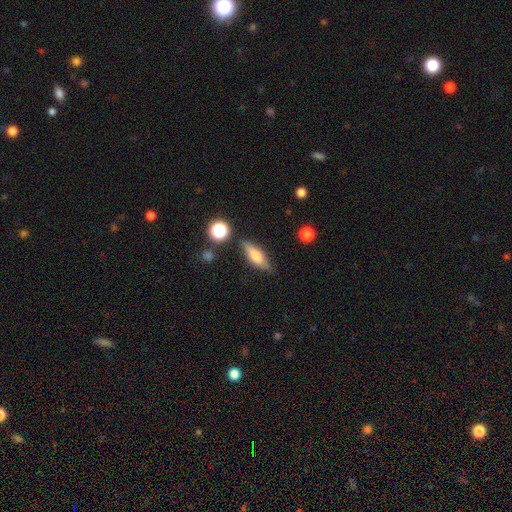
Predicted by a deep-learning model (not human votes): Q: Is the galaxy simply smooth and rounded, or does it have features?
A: smooth — 59%.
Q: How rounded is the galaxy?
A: in between — 51%.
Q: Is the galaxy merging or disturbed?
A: none — 80%.